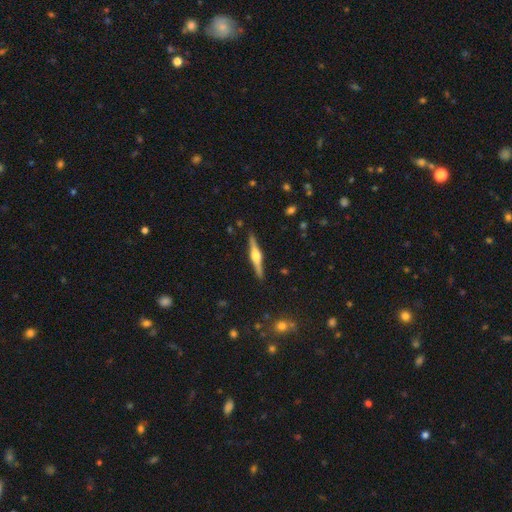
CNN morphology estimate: The model was most divided on "smooth or featured": featured or disk: 77%, smooth: 18%, star or artifact: 5%. More confident: edge-on disk — yes (98%); edge-on bulge — rounded (91%); merging — none (91%).